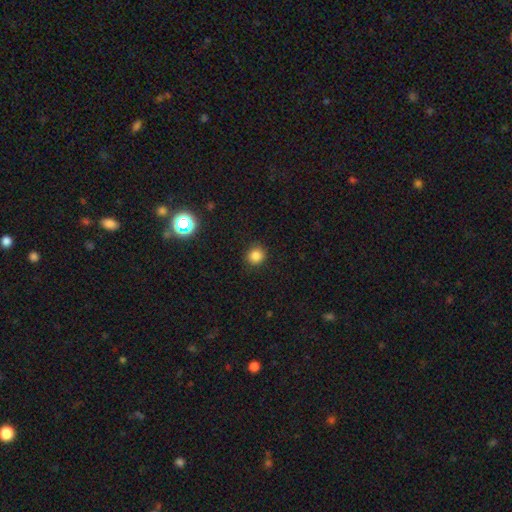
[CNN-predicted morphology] Smooth or featured? smooth (83%)
How rounded? round (91%)
Merging? none (88%)